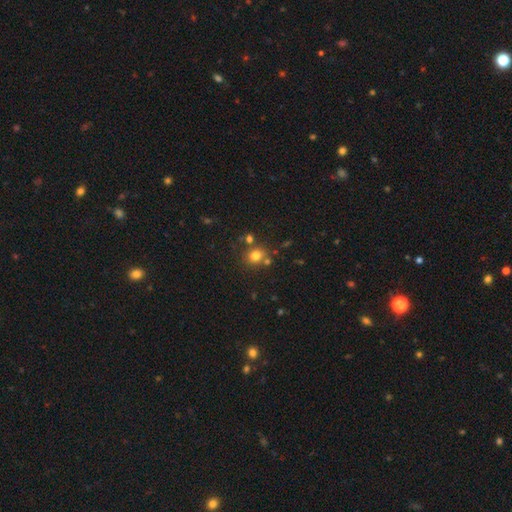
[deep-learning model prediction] This is likely a smooth galaxy (76%). How rounded: likely round (77%). Merging: likely none (69%).